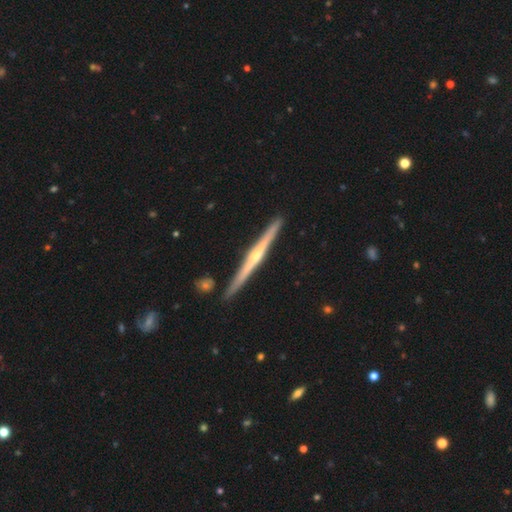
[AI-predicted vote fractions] Q: Smooth or featured?
A: featured or disk (82%); runner-up: smooth (13%)
Q: Edge-on disk?
A: yes (98%); runner-up: no (2%)
Q: Edge-on bulge?
A: rounded (83%); runner-up: none (14%)
Q: Merging?
A: none (91%); runner-up: minor disturbance (6%)